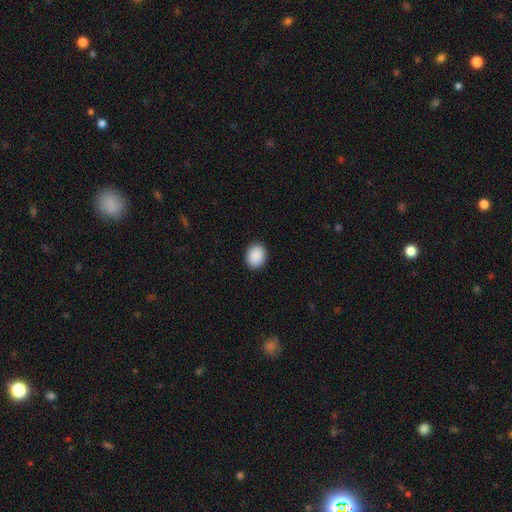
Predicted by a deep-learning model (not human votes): This is clearly a smooth galaxy (91%). How rounded: possibly round (50%). Merging: clearly none (91%).